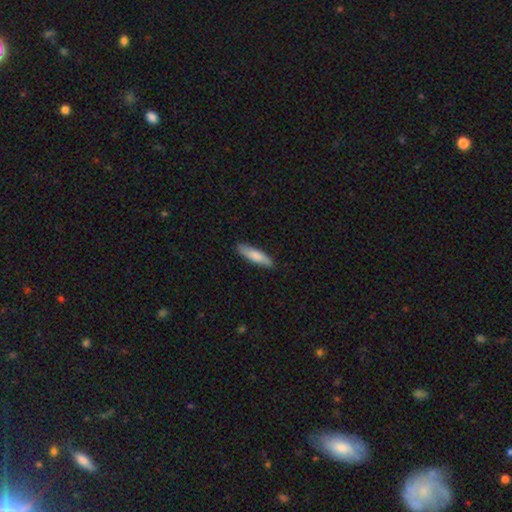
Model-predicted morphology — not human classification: type=smooth (80%); roundness=cigar-shaped (73%); merging=none (88%).